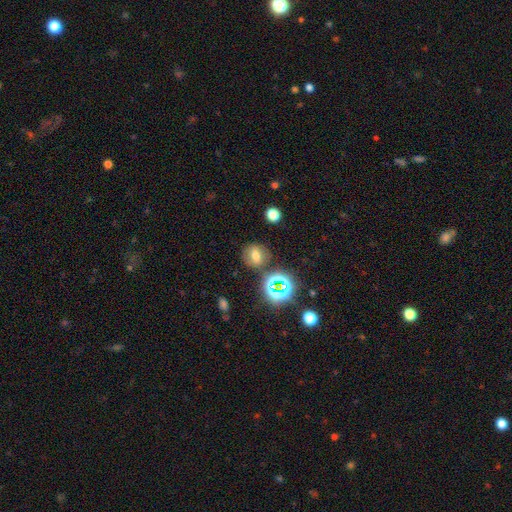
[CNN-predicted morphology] This appears to be a smooth galaxy with no disk features (58%) that is round (72%). Merging: none (77%).